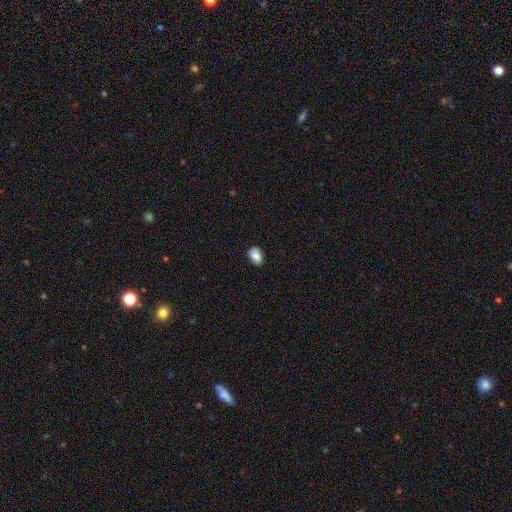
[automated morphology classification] A smooth galaxy with no disk features (86%) that is in between round and cigar-shaped (83%). Merging: none (80%).